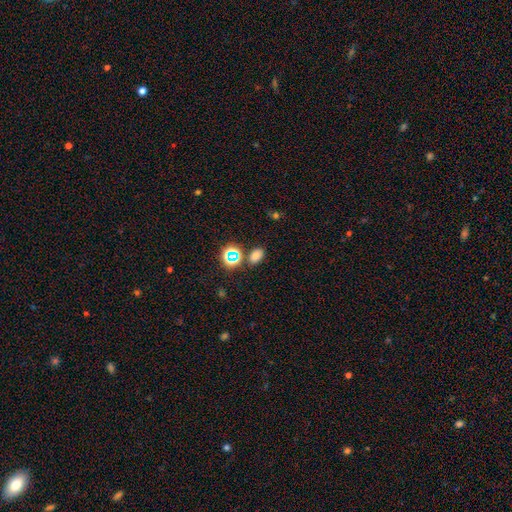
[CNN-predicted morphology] Smooth or featured? smooth (72%)
How rounded? in between (80%)
Merging? none (79%)